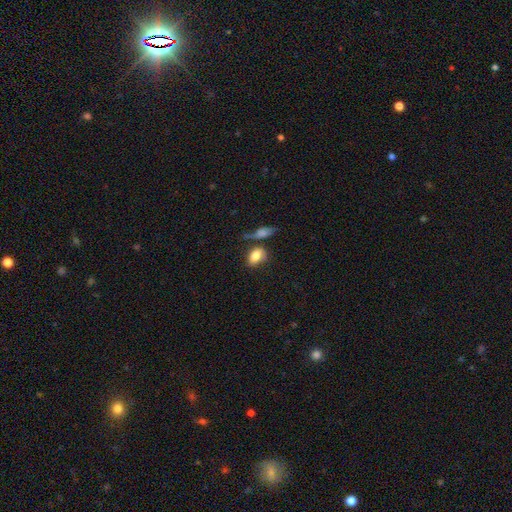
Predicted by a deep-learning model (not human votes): A smooth galaxy with no disk features (80%) that is in between round and cigar-shaped (83%). Merging: none (49%).